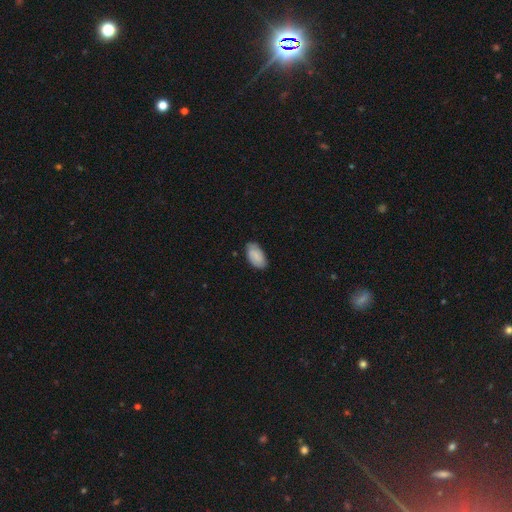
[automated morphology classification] Smooth or featured?
  - smooth: 74% *
  - featured or disk: 19%
  - star or artifact: 7%
How rounded?
  - in between: 95% *
  - round: 3%
  - cigar-shaped: 2%
Merging?
  - none: 77% *
  - minor disturbance: 19%
  - major disturbance: 3%
  - merger: 1%